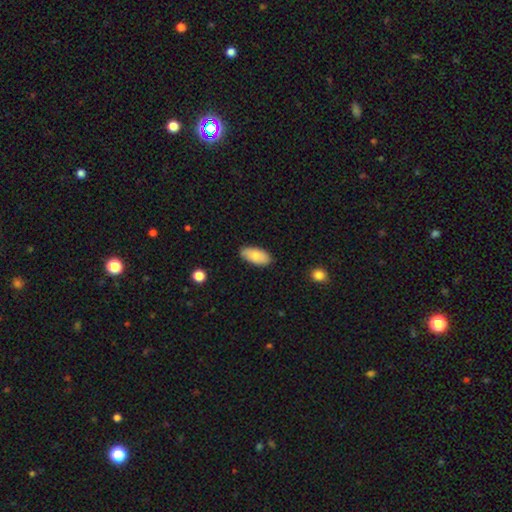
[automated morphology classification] This appears to be a smooth galaxy with no disk features (82%) that is in between round and cigar-shaped (94%). Merging: none (83%).